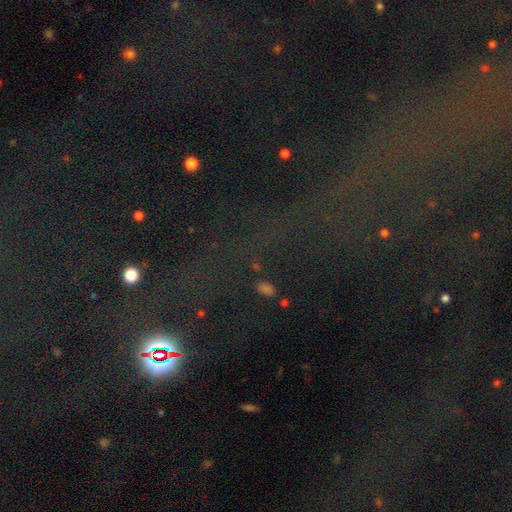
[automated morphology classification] star or artifact 76%, smooth 13%, featured or disk 11%.